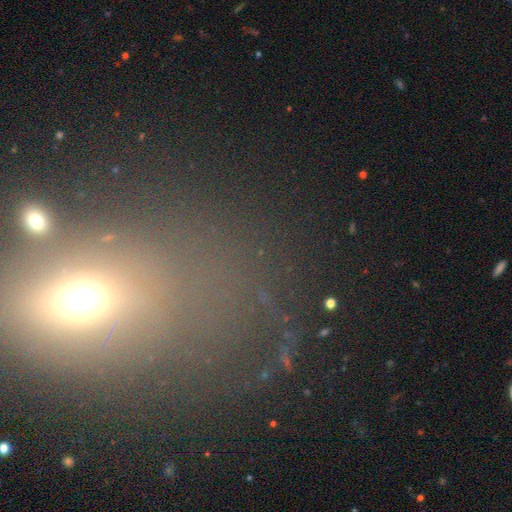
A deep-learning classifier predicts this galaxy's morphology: This appears to be a star or artifact, not a galaxy (45%).